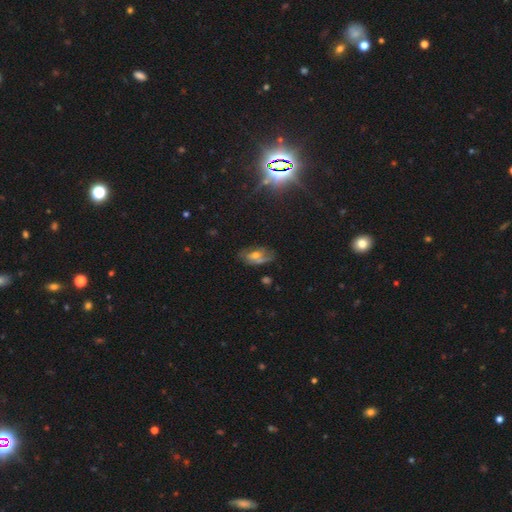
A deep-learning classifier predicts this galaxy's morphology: Overall: featured or disk (42%; smooth 38%). Merging: none (55%; minor disturbance 27%).